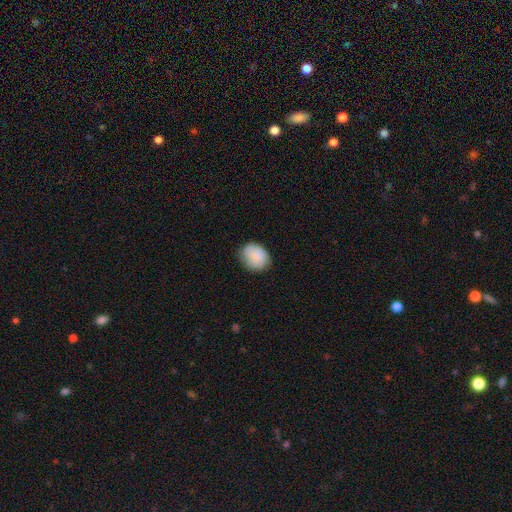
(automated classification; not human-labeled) Smooth or featured?
  - smooth: 83% *
  - featured or disk: 10%
  - star or artifact: 7%
How rounded?
  - in between: 51% *
  - round: 48%
  - cigar-shaped: 1%
Merging?
  - none: 72% *
  - minor disturbance: 23%
  - major disturbance: 5%
  - merger: 1%